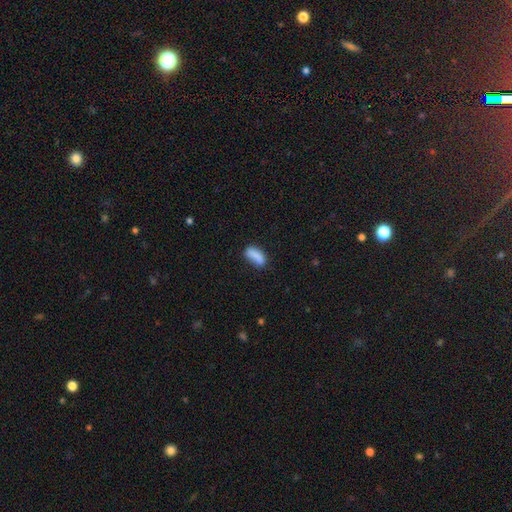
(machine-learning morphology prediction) This appears to be a smooth galaxy with no disk features (84%) that is in between round and cigar-shaped (76%). Merging: none (63%).